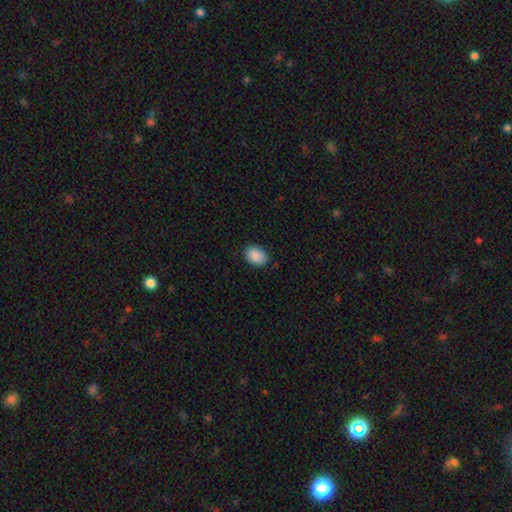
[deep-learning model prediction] Smooth or featured? smooth (90%)
How rounded? in between (76%)
Merging? none (87%)